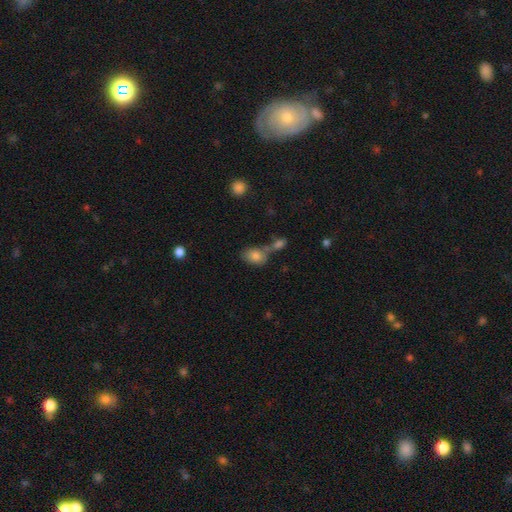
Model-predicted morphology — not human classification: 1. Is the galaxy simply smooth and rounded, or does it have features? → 81% smooth, 10% featured or disk, 9% star or artifact.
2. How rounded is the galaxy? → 78% in between, 21% round, 2% cigar-shaped.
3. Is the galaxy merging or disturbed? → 47% none, 34% merger, 14% minor disturbance, 6% major disturbance.